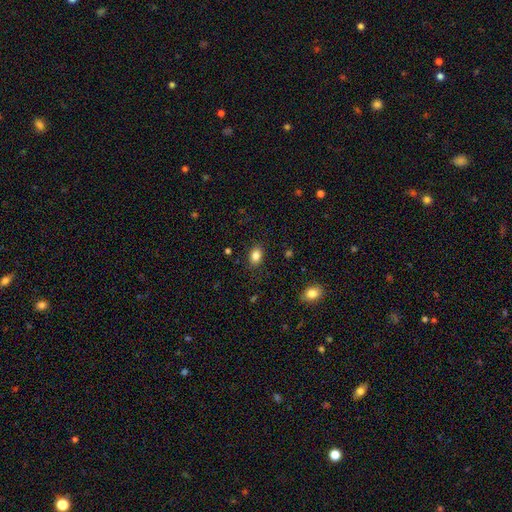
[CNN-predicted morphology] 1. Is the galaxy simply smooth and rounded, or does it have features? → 84% smooth, 10% star or artifact, 6% featured or disk.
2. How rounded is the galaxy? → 77% in between, 21% round, 1% cigar-shaped.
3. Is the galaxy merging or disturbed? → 86% none, 10% minor disturbance, 3% major disturbance, 1% merger.